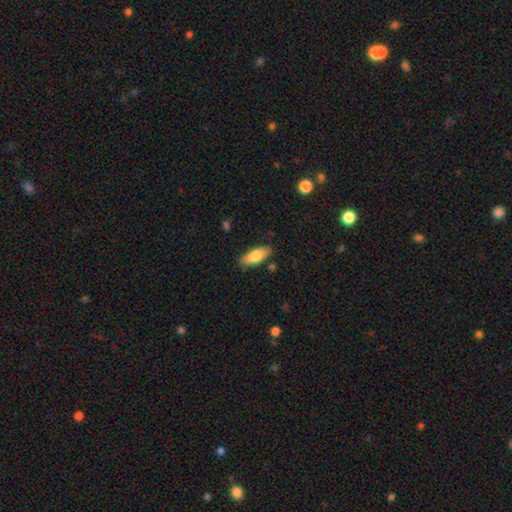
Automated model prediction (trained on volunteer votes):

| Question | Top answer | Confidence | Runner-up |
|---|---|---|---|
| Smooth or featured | smooth | 78% | featured or disk (15%) |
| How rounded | in between | 76% | cigar-shaped (22%) |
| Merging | none | 84% | minor disturbance (12%) |